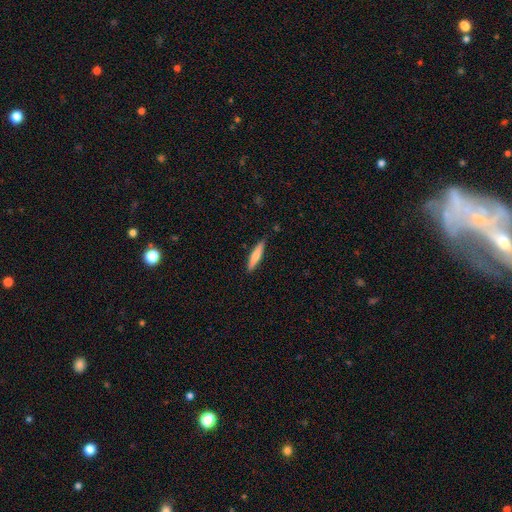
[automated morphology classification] Overall: smooth (69%). How rounded: cigar-shaped (87%). Merging: none (87%).